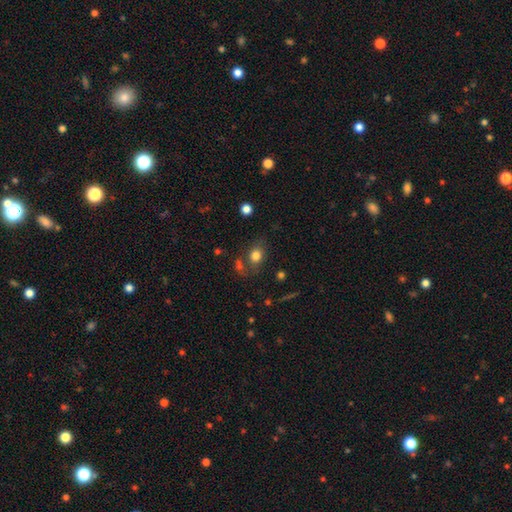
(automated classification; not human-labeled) Smooth or featured? Predicted: smooth (p=0.78). How rounded? Predicted: in between (p=0.49, tied with round). Merging? Predicted: none (p=0.63).